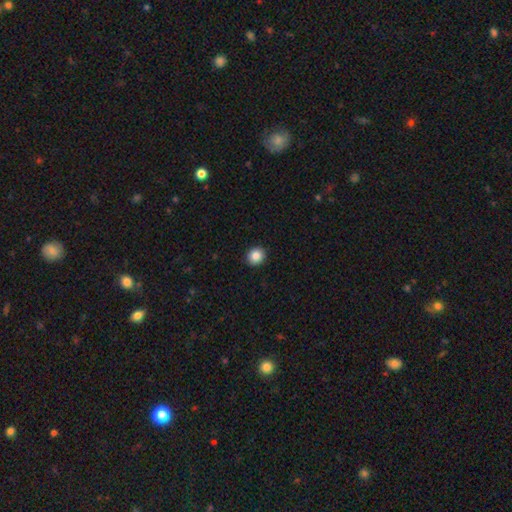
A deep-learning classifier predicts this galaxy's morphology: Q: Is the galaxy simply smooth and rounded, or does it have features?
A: smooth — 86%.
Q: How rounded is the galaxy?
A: round — 84%.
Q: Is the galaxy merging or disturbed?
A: none — 92%.